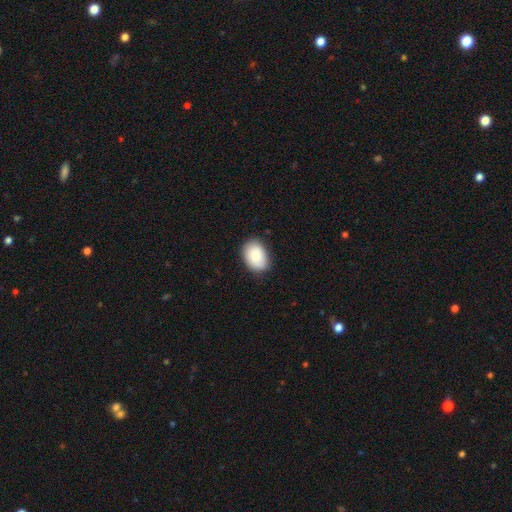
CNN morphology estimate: smooth 85%, featured or disk 8%, star or artifact 7%. Down the decision tree: how rounded — in between (81%); merging — none (82%).